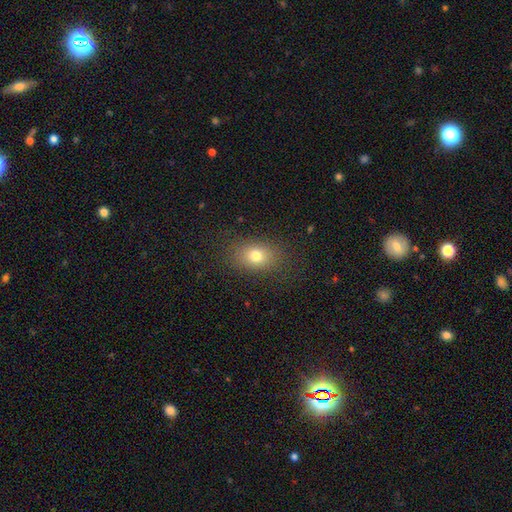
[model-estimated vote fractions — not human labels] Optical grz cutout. It shows a smooth galaxy with no disk features (77%) that is in between round and cigar-shaped (69%). Merging: none (84%).